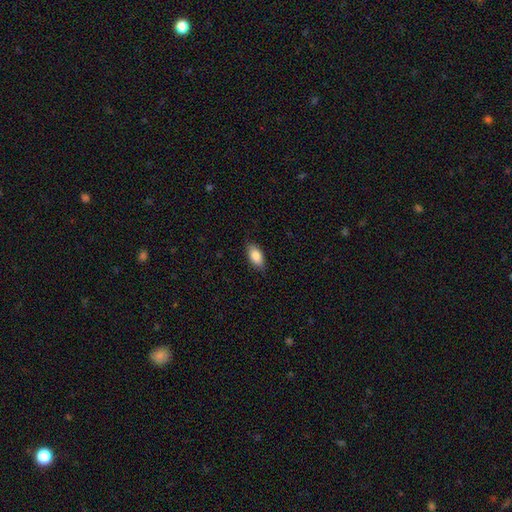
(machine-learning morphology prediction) Q: Smooth or featured?
A: smooth (85%); runner-up: featured or disk (8%)
Q: How rounded?
A: in between (90%); runner-up: cigar-shaped (7%)
Q: Merging?
A: none (86%); runner-up: minor disturbance (11%)